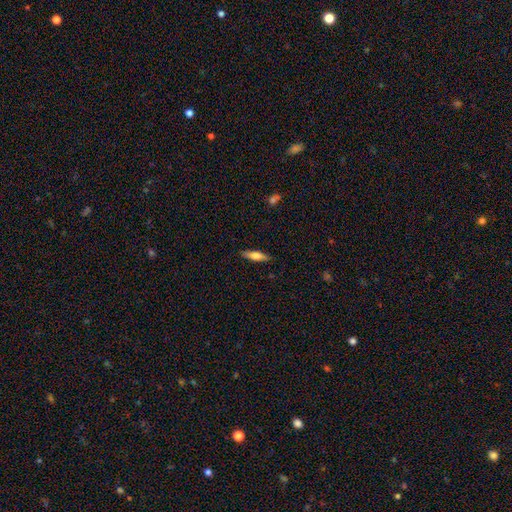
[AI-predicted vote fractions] Smooth or featured? Predicted: smooth (p=0.64). How rounded? Predicted: cigar-shaped (p=0.68). Merging? Predicted: none (p=0.88).